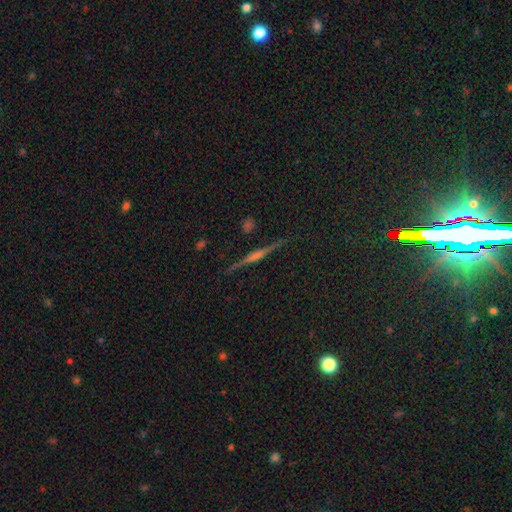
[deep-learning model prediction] A featured or disk galaxy (74%) viewed edge-on (98%) with a rounded central bulge (63%).

Vote fractions:
- Smooth or featured? featured or disk: 74% / smooth: 13% / star or artifact: 13%
- Edge-on disk? yes: 98% / no: 2%
- Edge-on bulge? rounded: 63% / boxy: 21% / none: 16%
- Merging? none: 90% / minor disturbance: 7% / major disturbance: 2% / merger: 1%